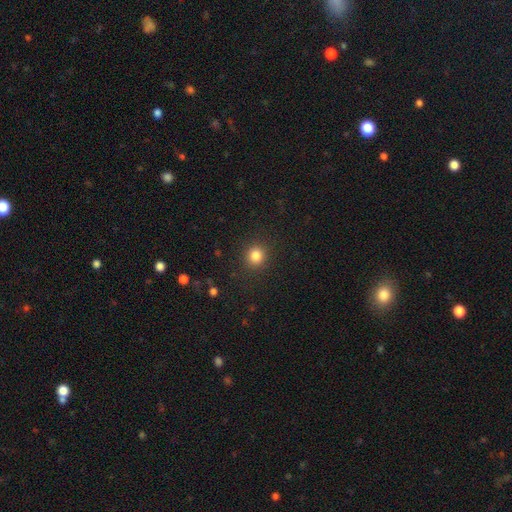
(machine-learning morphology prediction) The model was most divided on "smooth or featured": smooth: 83%, star or artifact: 12%, featured or disk: 5%. More confident: merging — none (90%); how rounded — round (89%).